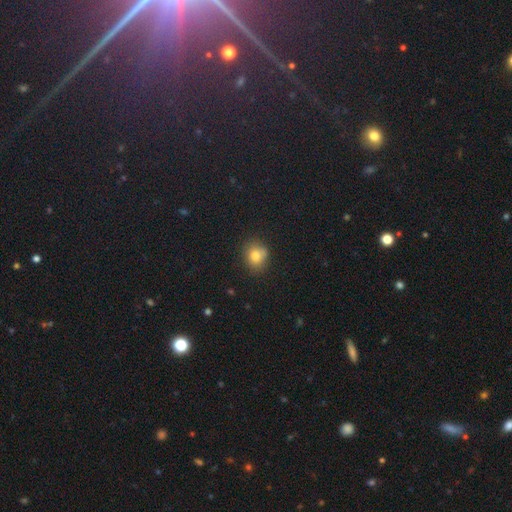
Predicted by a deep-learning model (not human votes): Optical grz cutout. It shows a smooth galaxy with no disk features (80%) that is round (69%). Merging: none (73%).